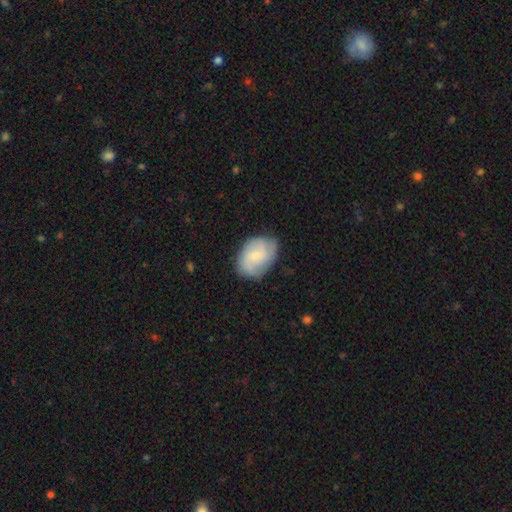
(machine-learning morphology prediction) This appears to be a featured or disk galaxy (49%). Merging: none (70%).